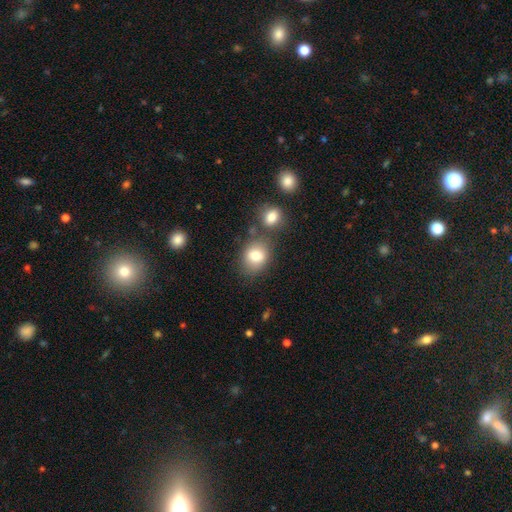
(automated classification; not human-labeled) smooth 82%, featured or disk 10%, star or artifact 9%. Down the decision tree: how rounded — in between (52%); merging — none (61%).